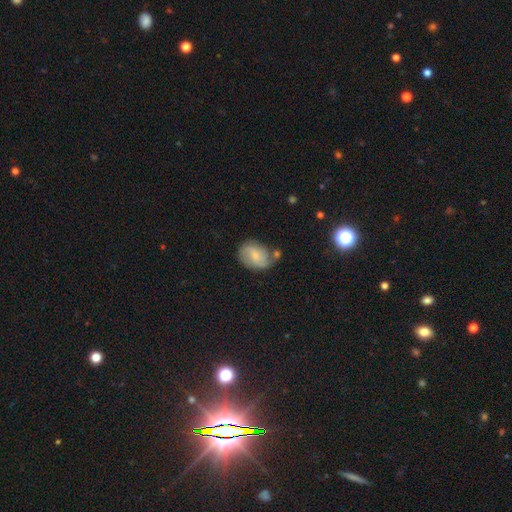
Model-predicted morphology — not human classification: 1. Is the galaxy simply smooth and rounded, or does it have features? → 52% smooth, 41% featured or disk, 8% star or artifact.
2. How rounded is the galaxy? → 68% in between, 30% round, 1% cigar-shaped.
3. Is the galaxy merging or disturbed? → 52% none, 26% minor disturbance, 13% merger, 9% major disturbance.